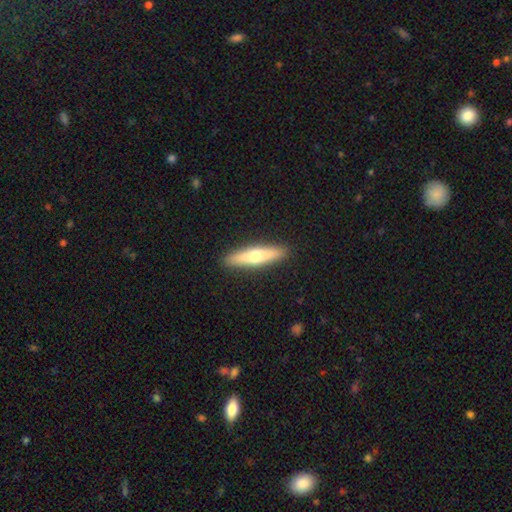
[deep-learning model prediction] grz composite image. It shows a smooth galaxy with no disk features (52%) that is cigar-shaped (83%). Merging: none (91%).